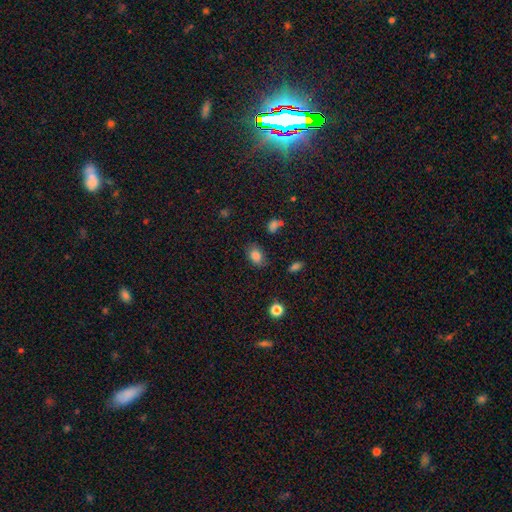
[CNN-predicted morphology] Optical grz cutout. It shows a smooth galaxy with no disk features (83%) that is in between round and cigar-shaped (74%). Merging: none (76%).